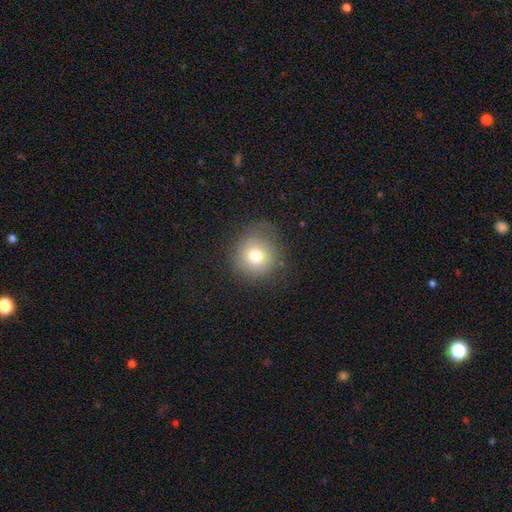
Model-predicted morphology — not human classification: This appears to be a smooth galaxy with no disk features (74%) that is round (90%). Merging: none (75%).